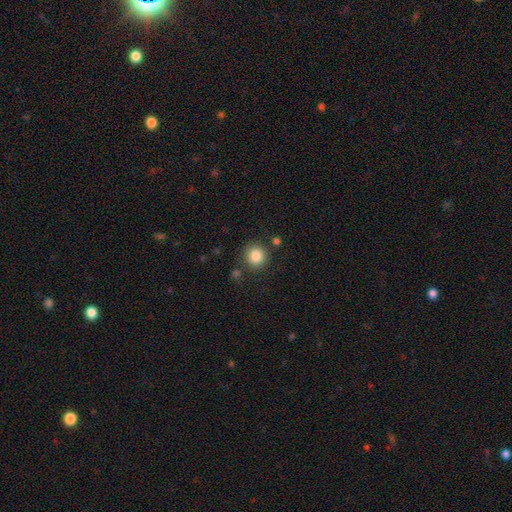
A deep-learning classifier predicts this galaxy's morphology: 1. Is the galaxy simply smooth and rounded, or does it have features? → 84% smooth, 10% star or artifact, 6% featured or disk.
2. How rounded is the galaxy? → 90% round, 9% in between, 1% cigar-shaped.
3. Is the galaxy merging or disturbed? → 84% none, 8% minor disturbance, 4% merger, 3% major disturbance.